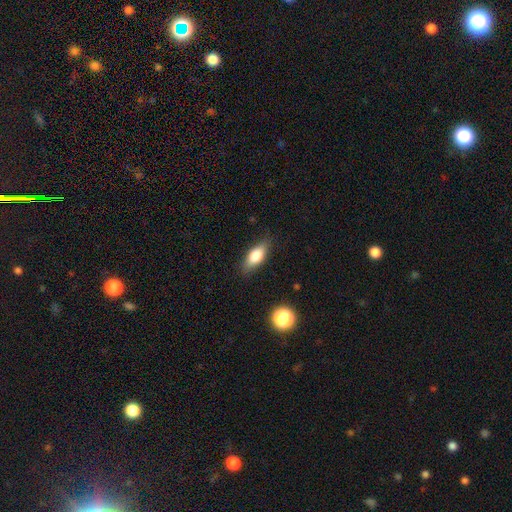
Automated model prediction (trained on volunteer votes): Smooth or featured? Predicted: smooth (p=0.74). How rounded? Predicted: in between (p=0.77). Merging? Predicted: none (p=0.83).